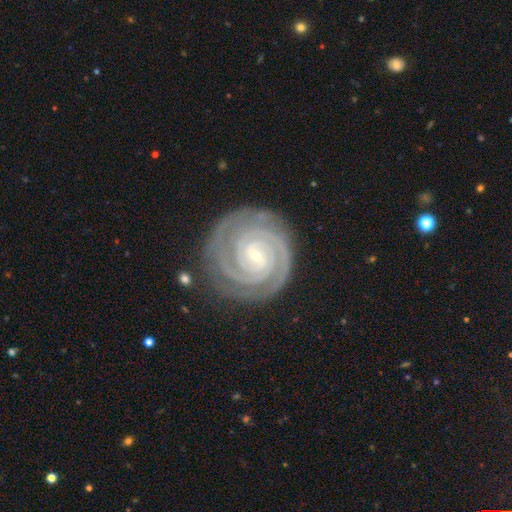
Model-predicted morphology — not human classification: Smooth or featured?
  - featured or disk: 92% *
  - star or artifact: 5%
  - smooth: 3%
Edge-on disk?
  - no: 98% *
  - yes: 2%
Bar?
  - no: 46% *
  - weak: 33%
  - strong: 21%
Spiral arms?
  - yes: 99% *
  - no: 1%
Spiral winding?
  - tight: 89% *
  - medium: 10%
  - loose: 1%
Spiral arm count?
  - 2: 58% *
  - 3: 18%
  - 4: 8%
  - can't tell: 7%
  - more than 4: 4%
  - 1: 4%
Bulge size?
  - small: 86% *
  - moderate: 10%
  - none: 2%
  - large: 1%
  - dominant: 1%
Merging?
  - none: 82% *
  - minor disturbance: 13%
  - major disturbance: 4%
  - merger: 1%